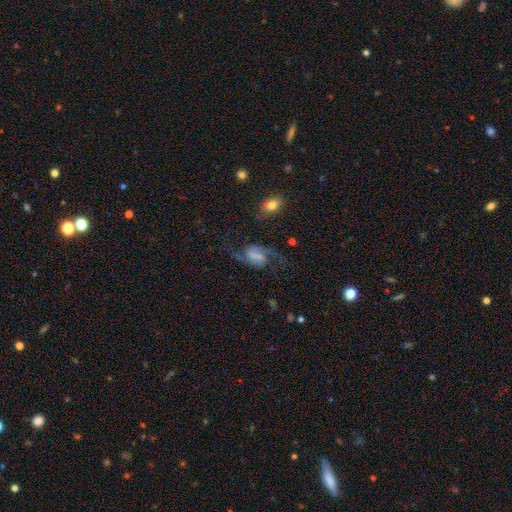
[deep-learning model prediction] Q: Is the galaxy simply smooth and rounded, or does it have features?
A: featured or disk — 84%.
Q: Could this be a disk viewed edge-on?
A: no — 97%.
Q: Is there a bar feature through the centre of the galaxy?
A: weak — 47%.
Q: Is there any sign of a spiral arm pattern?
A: yes — 96%.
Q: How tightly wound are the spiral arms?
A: loose — 59%.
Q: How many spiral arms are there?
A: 2 — 94%.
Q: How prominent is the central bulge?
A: none — 42%.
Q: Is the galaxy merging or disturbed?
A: none — 68%.